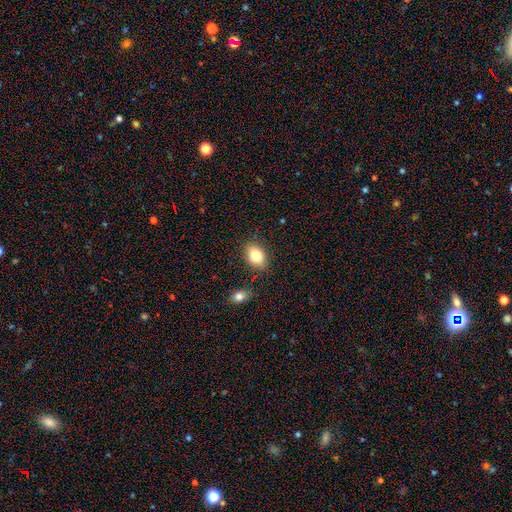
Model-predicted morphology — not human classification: Overall: smooth (81%). How rounded: in between (82%). Merging: none (83%).